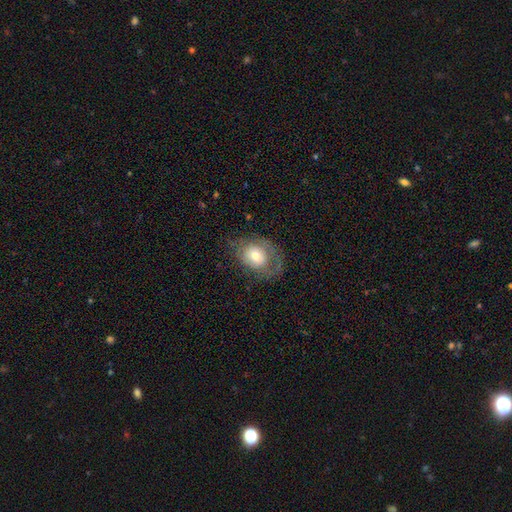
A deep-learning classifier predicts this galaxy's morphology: smooth-or-featured: smooth: 55% | featured or disk: 37% | star or artifact: 8%
  how-rounded: in between: 55% | round: 44% | cigar-shaped: 1%
  merging: none: 55% | minor disturbance: 23% | major disturbance: 20% | merger: 1%